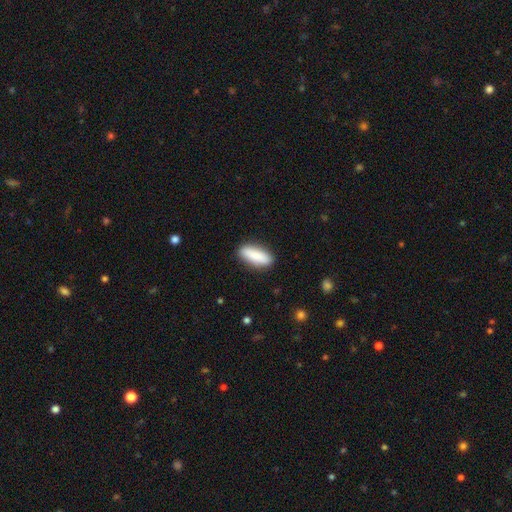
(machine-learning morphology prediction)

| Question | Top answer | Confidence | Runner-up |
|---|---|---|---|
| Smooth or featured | smooth | 87% | featured or disk (8%) |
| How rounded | in between | 61% | cigar-shaped (37%) |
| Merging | none | 87% | minor disturbance (10%) |